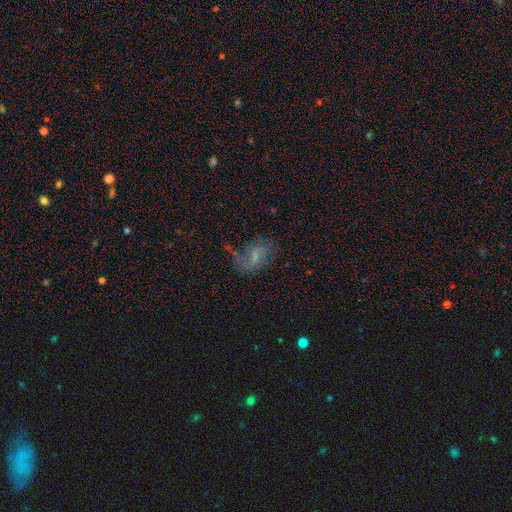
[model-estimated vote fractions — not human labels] smooth-or-featured: featured or disk: 49% | smooth: 38% | star or artifact: 13%
  merging: none: 42% | major disturbance: 30% | minor disturbance: 23% | merger: 5%